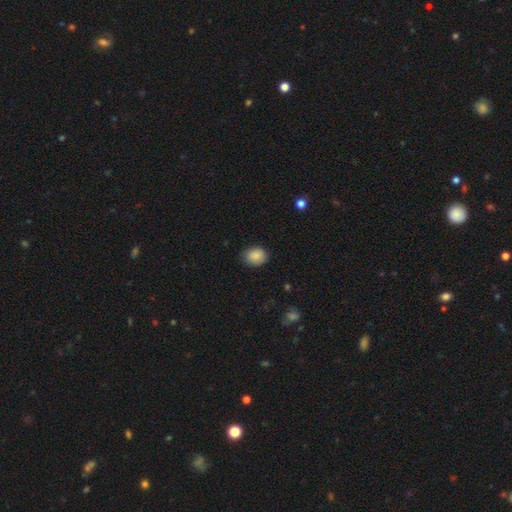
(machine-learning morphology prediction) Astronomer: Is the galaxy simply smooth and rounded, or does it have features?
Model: smooth — 87%.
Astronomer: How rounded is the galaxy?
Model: in between — 53% (runner-up: round, 46%).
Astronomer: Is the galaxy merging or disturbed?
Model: none — 80%.